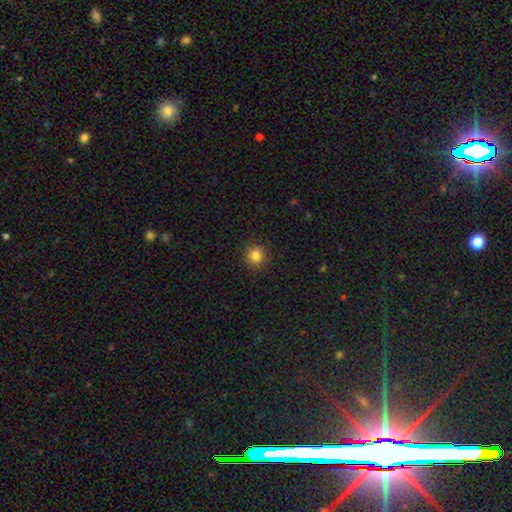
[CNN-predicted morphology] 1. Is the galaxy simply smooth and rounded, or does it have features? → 83% smooth, 12% star or artifact, 5% featured or disk.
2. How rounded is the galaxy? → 94% round, 5% in between, 1% cigar-shaped.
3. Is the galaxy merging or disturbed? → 91% none, 6% minor disturbance, 2% major disturbance, 1% merger.